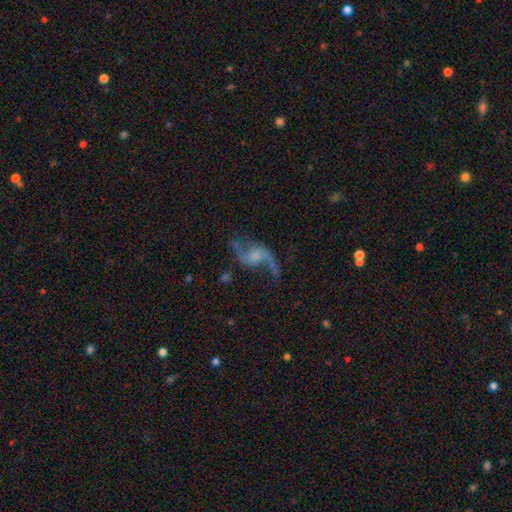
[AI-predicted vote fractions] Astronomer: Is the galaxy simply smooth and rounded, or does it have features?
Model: featured or disk — 85%.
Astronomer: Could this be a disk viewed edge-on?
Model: no — 96%.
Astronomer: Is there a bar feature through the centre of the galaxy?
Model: no — 50% (runner-up: weak, 40%).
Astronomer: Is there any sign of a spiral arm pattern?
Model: yes — 94%.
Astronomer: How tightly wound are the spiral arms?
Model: loose — 87%.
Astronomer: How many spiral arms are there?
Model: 2 — 90%.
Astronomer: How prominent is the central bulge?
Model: none — 34% (runner-up: small, 32%).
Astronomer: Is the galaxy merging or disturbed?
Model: none — 61%.